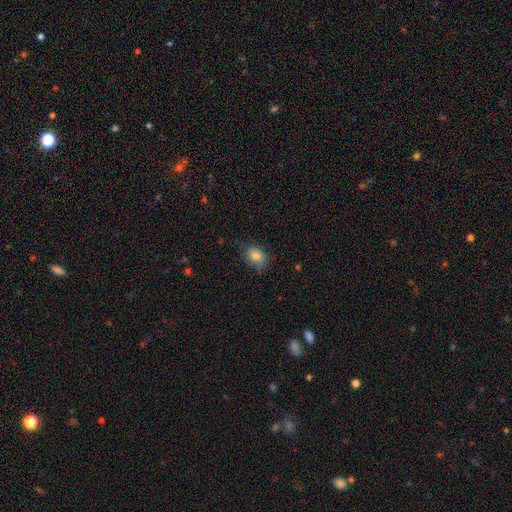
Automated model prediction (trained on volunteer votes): Morphology: type=smooth (84%); roundness=in between (67%); merging=none (73%).